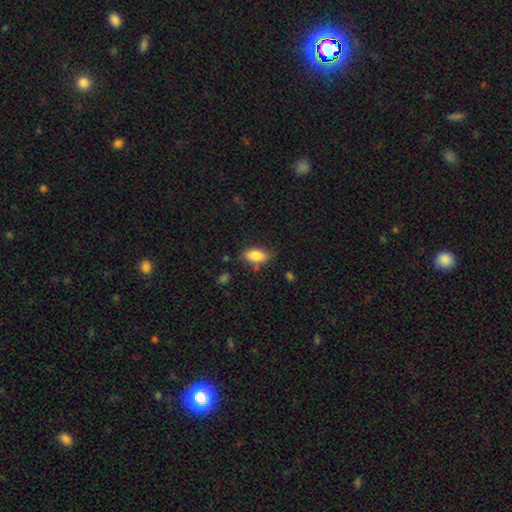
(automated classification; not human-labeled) A smooth galaxy with no disk features (85%) that is in between round and cigar-shaped (88%). Merging: none (73%).